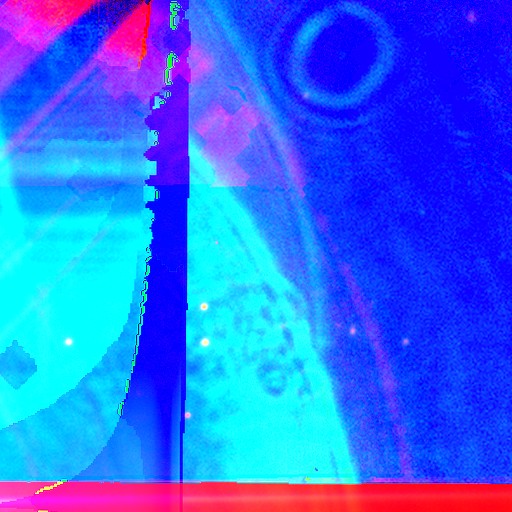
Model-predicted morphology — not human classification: Smooth or featured? star or artifact (88%)